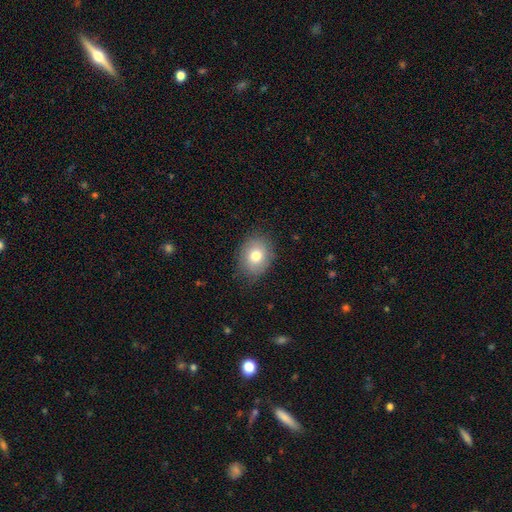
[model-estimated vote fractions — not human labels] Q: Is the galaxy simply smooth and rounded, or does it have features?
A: smooth — 77%.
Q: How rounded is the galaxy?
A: in between — 51%.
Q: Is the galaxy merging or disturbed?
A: none — 80%.